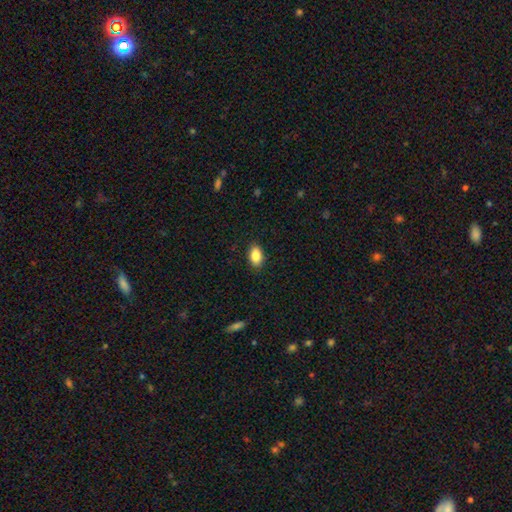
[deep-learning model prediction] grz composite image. It shows a smooth galaxy with no disk features (86%) that is in between round and cigar-shaped (90%). Merging: none (88%).